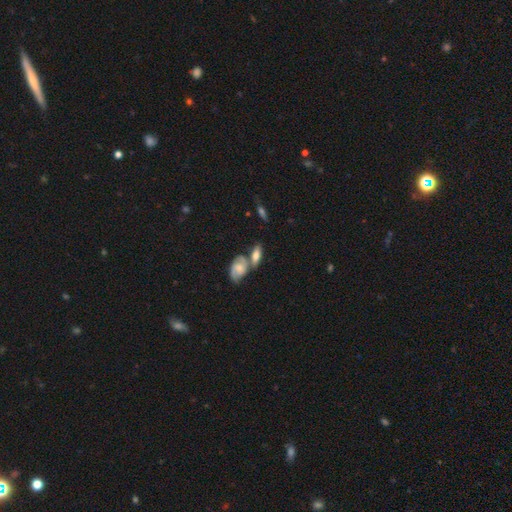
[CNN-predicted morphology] Q: Smooth or featured?
A: smooth (53%); runner-up: featured or disk (39%)
Q: How rounded?
A: in between (71%); runner-up: cigar-shaped (21%)
Q: Merging?
A: none (48%); runner-up: merger (34%)